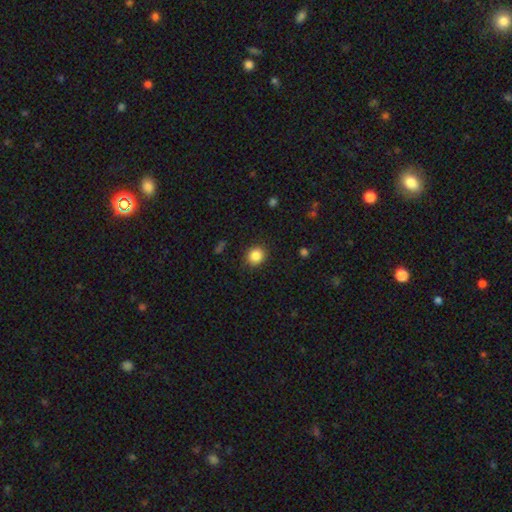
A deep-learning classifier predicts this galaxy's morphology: smooth 85%, star or artifact 10%, featured or disk 5%. Down the decision tree: how rounded — round (82%); merging — none (88%).